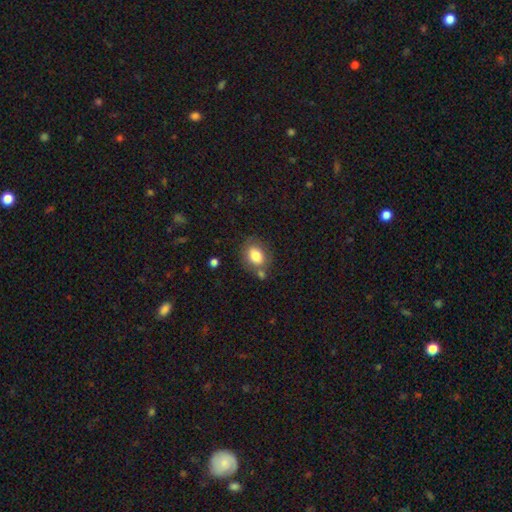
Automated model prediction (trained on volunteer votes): smooth-or-featured: smooth: 80% | featured or disk: 11% | star or artifact: 9%
  how-rounded: in between: 60% | round: 39% | cigar-shaped: 1%
  merging: none: 66% | minor disturbance: 16% | merger: 13% | major disturbance: 5%